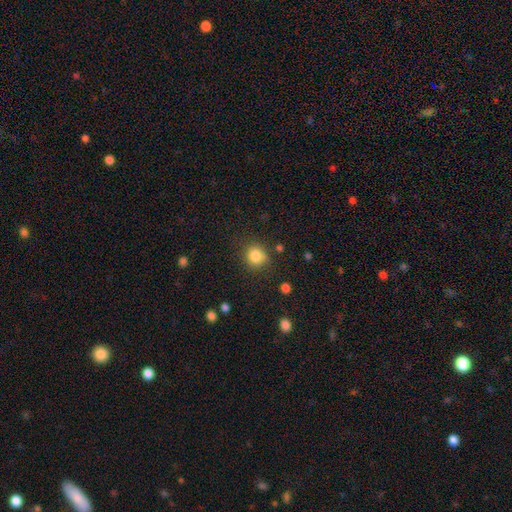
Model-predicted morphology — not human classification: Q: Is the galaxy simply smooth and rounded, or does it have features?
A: smooth — 84%.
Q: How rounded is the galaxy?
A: round — 83%.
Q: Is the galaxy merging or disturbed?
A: none — 77%.